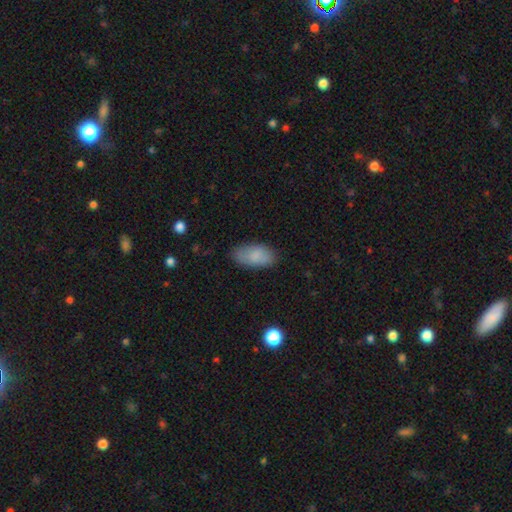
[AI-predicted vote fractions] Smooth or featured? smooth (83%)
How rounded? in between (93%)
Merging? none (79%)